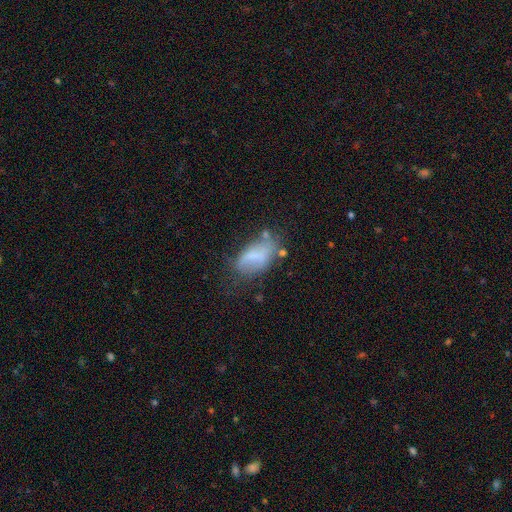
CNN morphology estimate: This is possibly a smooth galaxy (59%). How rounded: clearly in between (90%). Merging: marginally none (36%).